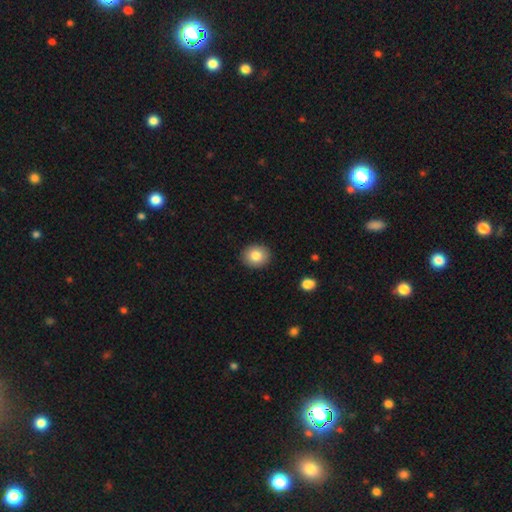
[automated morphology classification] type=smooth (82%); roundness=round (67%); merging=none (91%).